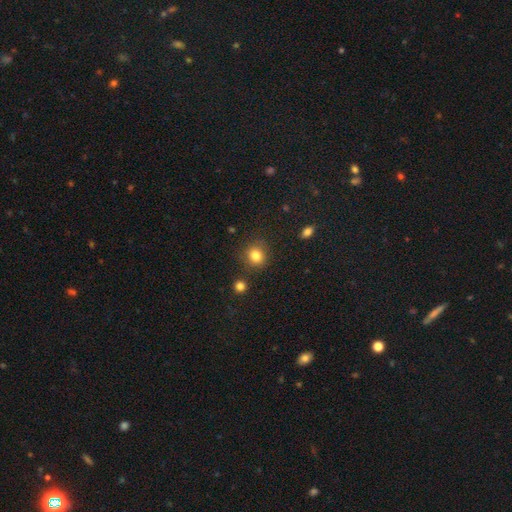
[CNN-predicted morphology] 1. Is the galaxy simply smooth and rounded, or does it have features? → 83% smooth, 11% star or artifact, 6% featured or disk.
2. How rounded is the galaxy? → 78% round, 21% in between, 1% cigar-shaped.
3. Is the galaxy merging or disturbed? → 84% none, 10% minor disturbance, 3% merger, 3% major disturbance.